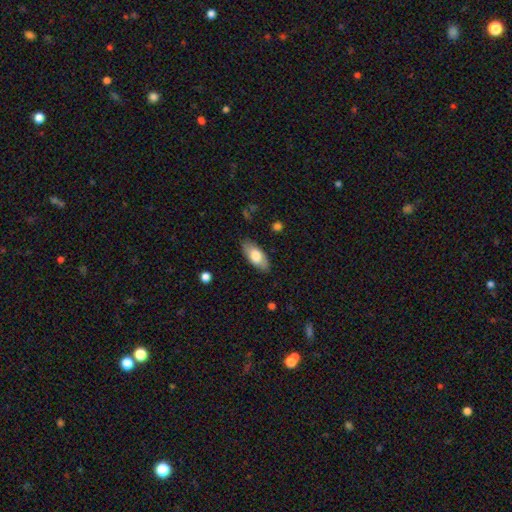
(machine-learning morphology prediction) This appears to be a smooth galaxy with no disk features (74%) that is in between round and cigar-shaped (89%). Merging: none (85%).